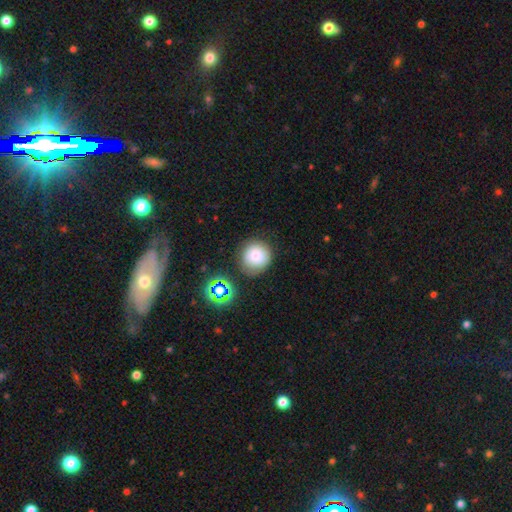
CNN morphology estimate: A smooth galaxy with no disk features (78%) that is round (92%). Merging: none (79%).